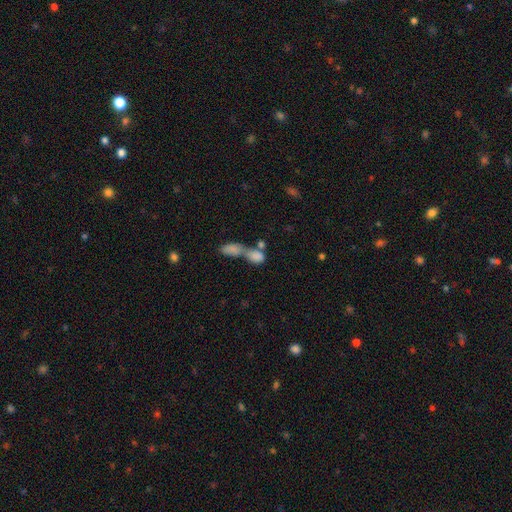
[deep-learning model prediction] The model was most divided on "merging": merger: 71%, none: 17%, minor disturbance: 6%, major disturbance: 5%. More confident: smooth or featured — smooth (79%); how rounded — in between (77%).